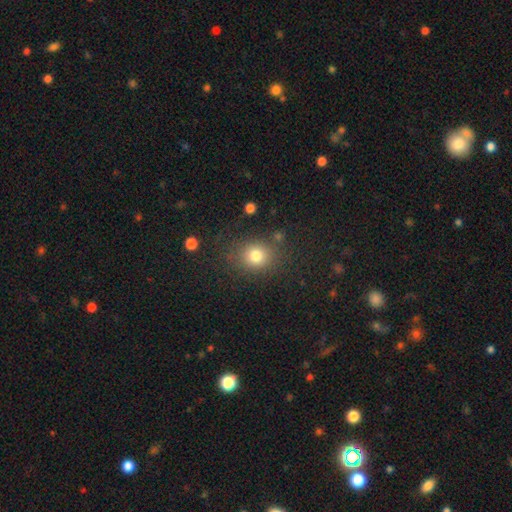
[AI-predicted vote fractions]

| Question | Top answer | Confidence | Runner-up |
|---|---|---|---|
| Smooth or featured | smooth | 78% | star or artifact (13%) |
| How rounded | round | 69% | in between (30%) |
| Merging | none | 78% | minor disturbance (12%) |